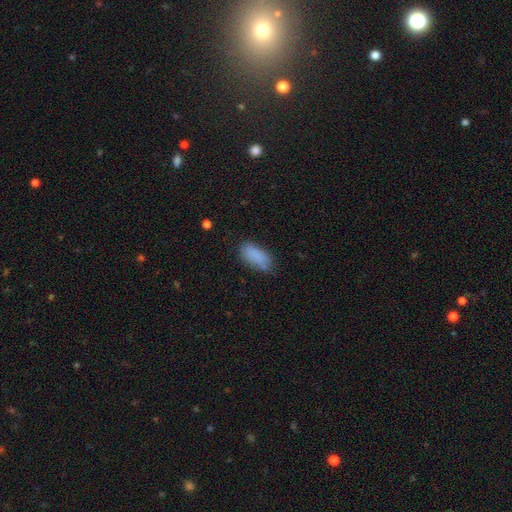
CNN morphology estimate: A smooth galaxy with no disk features (85%) that is in between round and cigar-shaped (87%). Merging: none (67%).